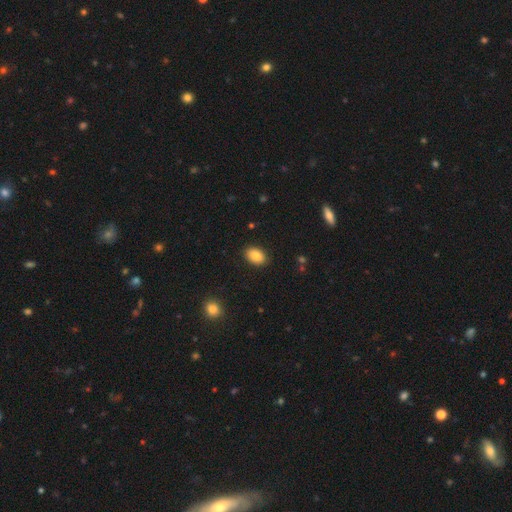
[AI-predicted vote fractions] smooth-or-featured: smooth: 86% | star or artifact: 8% | featured or disk: 6%
  how-rounded: in between: 85% | round: 14% | cigar-shaped: 1%
  merging: none: 89% | minor disturbance: 8% | major disturbance: 2% | merger: 1%